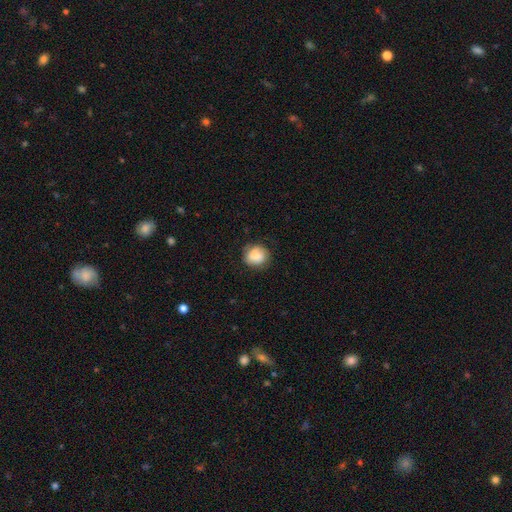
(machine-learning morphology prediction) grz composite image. It shows a smooth galaxy with no disk features (85%) that is round (81%). Merging: none (78%).